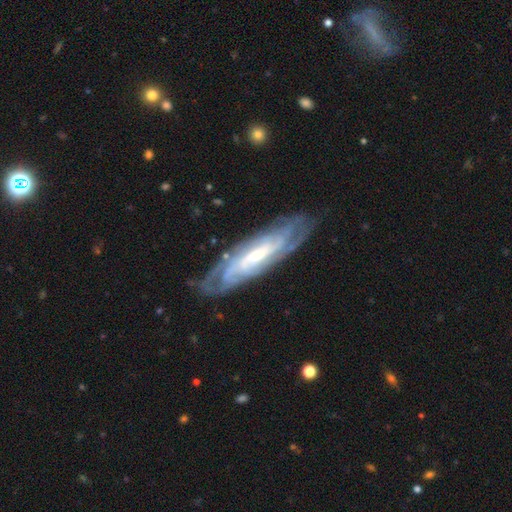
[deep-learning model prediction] This appears to be a featured or disk galaxy (87%) with no bar (40%), tight (70%) spiral arms (96%) and a small central bulge (49%). Merging: none (80%).